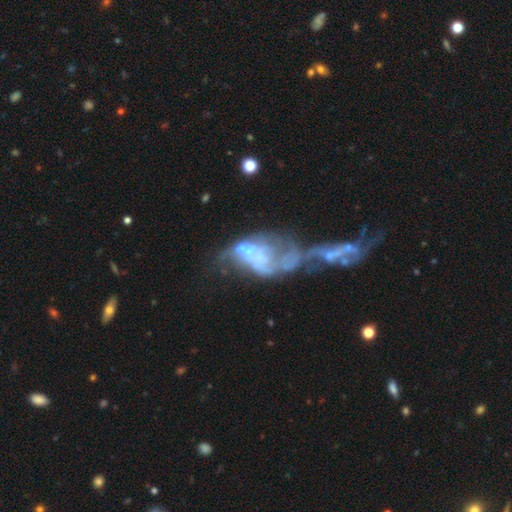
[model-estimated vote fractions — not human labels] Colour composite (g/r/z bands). It shows a featured or disk galaxy (70%) with no bar (79%), no spiral arms (54%) and no central bulge (52%). Merging: merger (62%).